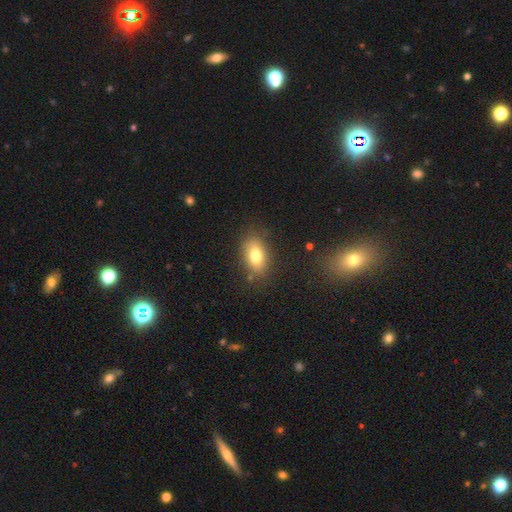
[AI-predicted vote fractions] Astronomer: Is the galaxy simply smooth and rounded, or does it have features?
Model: smooth — 77%.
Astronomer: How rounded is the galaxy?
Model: in between — 86%.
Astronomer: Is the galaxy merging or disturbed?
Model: none — 82%.